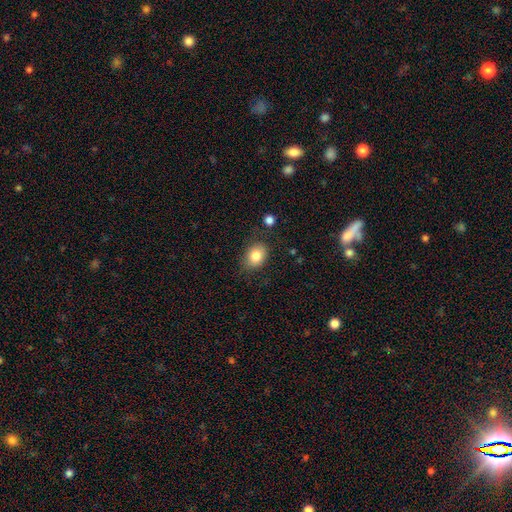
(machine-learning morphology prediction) smooth_or_featured: smooth (p=0.83) [alt: star or artifact p=0.09]
how_rounded: in between (p=0.62) [alt: round p=0.37]
merging: none (p=0.79) [alt: minor disturbance p=0.15]